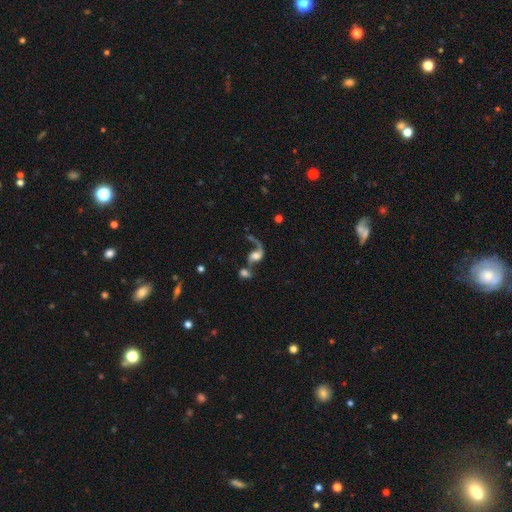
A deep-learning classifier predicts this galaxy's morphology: Smooth or featured?
  - featured or disk: 67% *
  - smooth: 23%
  - star or artifact: 11%
Edge-on disk?
  - no: 95% *
  - yes: 5%
Bar?
  - no: 65% *
  - weak: 27%
  - strong: 8%
Spiral arms?
  - yes: 86% *
  - no: 14%
Spiral winding?
  - loose: 83% *
  - medium: 14%
  - tight: 3%
Spiral arm count?
  - 2: 49% *
  - 1: 46%
  - can't tell: 3%
  - 3: 1%
  - more than 4: 1%
  - 4: 1%
Bulge size?
  - moderate: 32% *
  - large: 31%
  - small: 17%
  - none: 13%
  - dominant: 8%
Merging?
  - merger: 51% *
  - none: 22%
  - major disturbance: 19%
  - minor disturbance: 9%